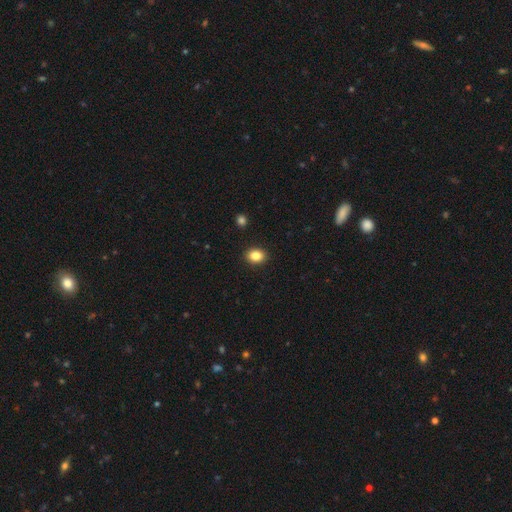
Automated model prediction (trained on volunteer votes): A smooth galaxy with no disk features (85%) that is in between round and cigar-shaped (60%). Merging: none (91%).